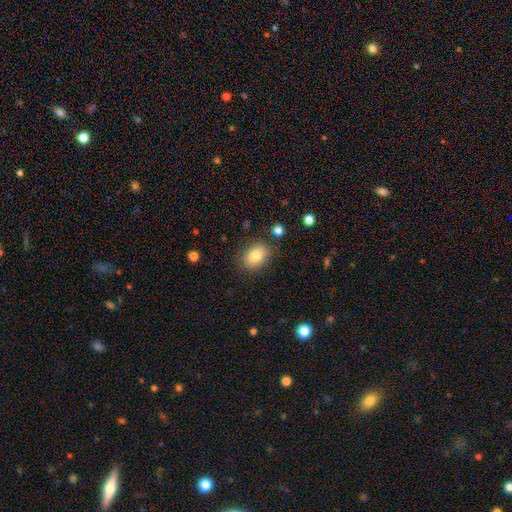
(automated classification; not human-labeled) Smooth or featured: smooth — 81% (featured or disk — 10%)
How rounded: in between — 70% (round — 29%)
Merging: none — 83% (minor disturbance — 11%)